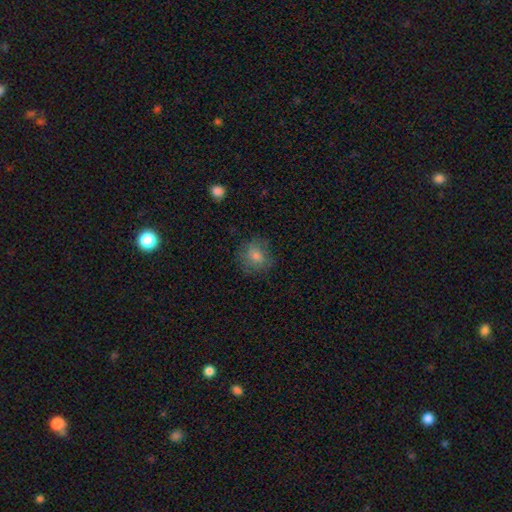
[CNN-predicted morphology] smooth_or_featured: smooth (p=0.73) [alt: featured or disk p=0.15]
how_rounded: round (p=0.77) [alt: in between p=0.22]
merging: none (p=0.76) [alt: minor disturbance p=0.17]